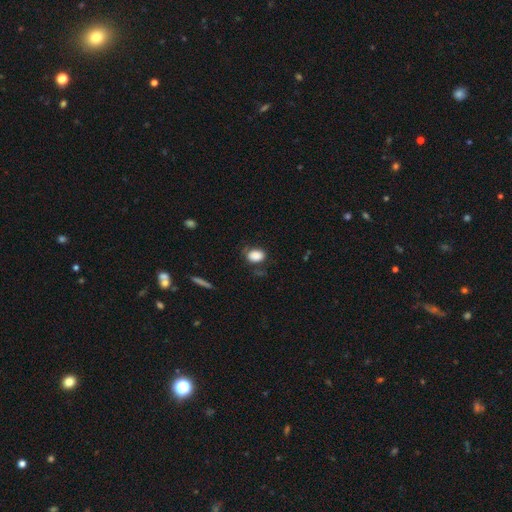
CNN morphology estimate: Q: Smooth or featured?
A: smooth (85%); runner-up: star or artifact (8%)
Q: How rounded?
A: in between (76%); runner-up: round (22%)
Q: Merging?
A: none (67%); runner-up: minor disturbance (21%)